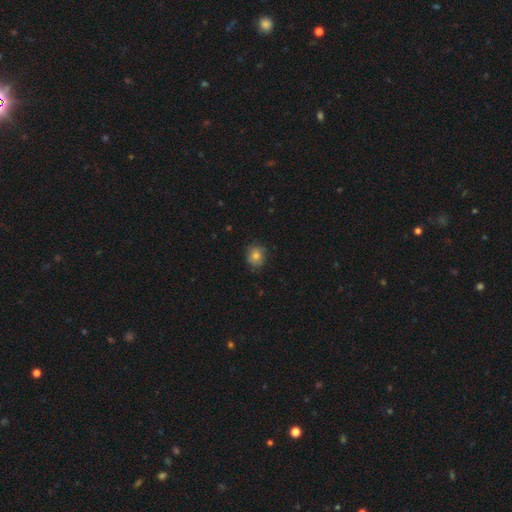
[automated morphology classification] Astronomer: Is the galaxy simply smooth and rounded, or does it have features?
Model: smooth — 79%.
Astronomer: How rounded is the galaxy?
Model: round — 77%.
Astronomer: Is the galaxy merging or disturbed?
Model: none — 79%.